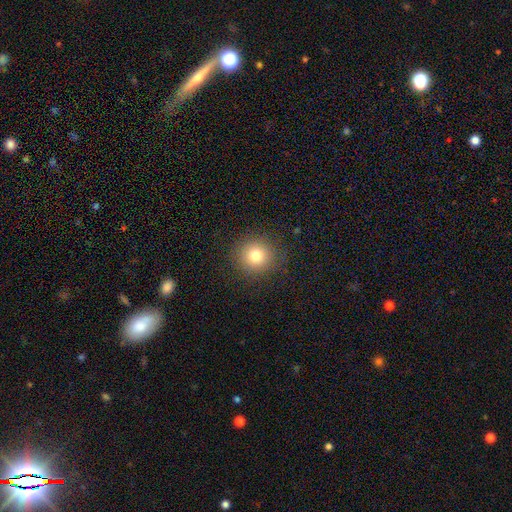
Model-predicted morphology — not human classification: A smooth galaxy with no disk features (79%) that is round (93%).

Vote fractions:
- Smooth or featured? smooth: 79% / star or artifact: 13% / featured or disk: 9%
- How rounded? round: 93% / in between: 6% / cigar-shaped: 1%
- Merging? none: 90% / minor disturbance: 7% / major disturbance: 3% / merger: 1%